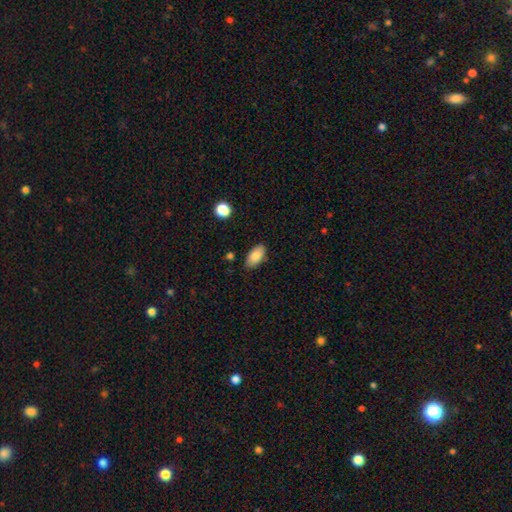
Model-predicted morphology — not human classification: A smooth galaxy with no disk features (84%) that is in between round and cigar-shaped (93%). Merging: none (82%).